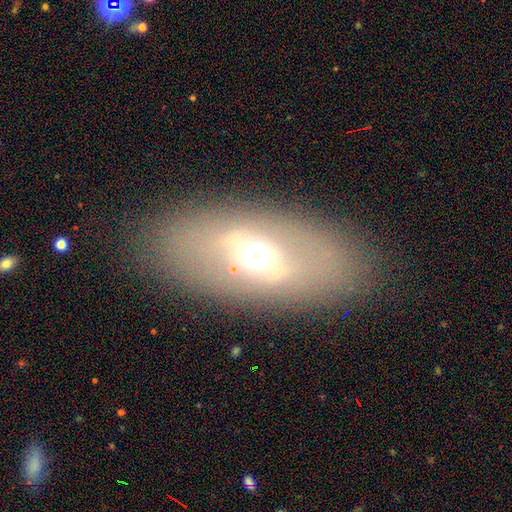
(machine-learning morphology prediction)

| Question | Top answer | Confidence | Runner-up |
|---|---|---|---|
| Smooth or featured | featured or disk | 48% | smooth (41%) |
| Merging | none | 83% | minor disturbance (10%) |